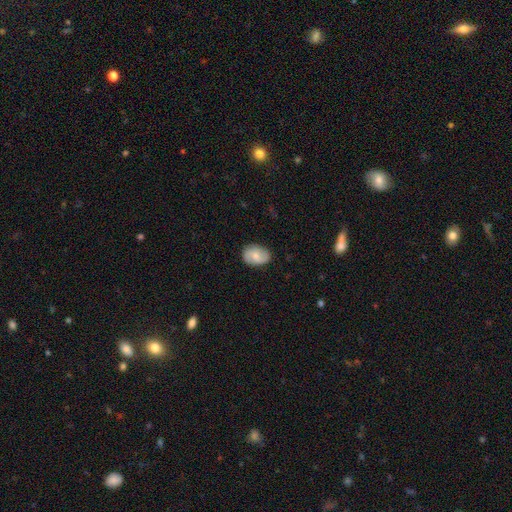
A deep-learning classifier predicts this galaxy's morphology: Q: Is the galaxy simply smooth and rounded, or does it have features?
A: smooth — 54%.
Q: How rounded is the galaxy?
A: in between — 70%.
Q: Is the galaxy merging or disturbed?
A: none — 82%.